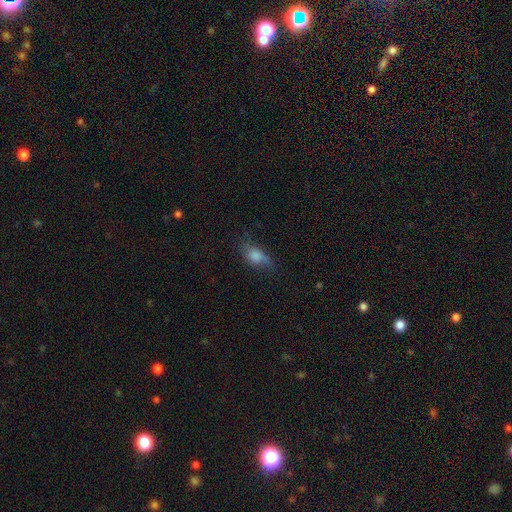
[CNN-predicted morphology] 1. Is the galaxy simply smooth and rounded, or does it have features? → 65% smooth, 23% featured or disk, 12% star or artifact.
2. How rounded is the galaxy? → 76% in between, 14% round, 10% cigar-shaped.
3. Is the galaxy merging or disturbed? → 54% none, 30% minor disturbance, 14% major disturbance, 2% merger.